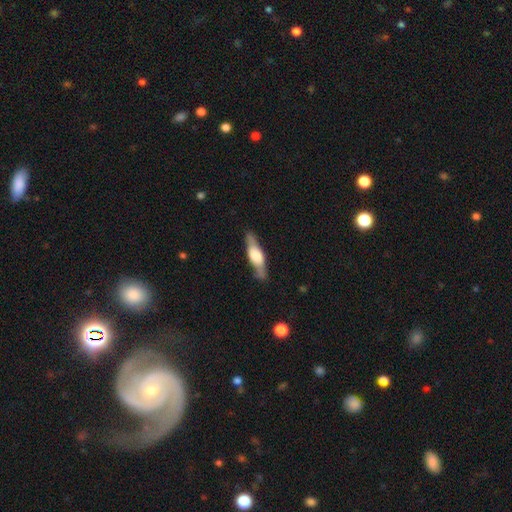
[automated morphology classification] smooth-or-featured: featured or disk: 55% | smooth: 39% | star or artifact: 6%
  disk-edge-on: yes: 86% | no: 14%
  merging: none: 80% | minor disturbance: 15% | major disturbance: 4% | merger: 2%